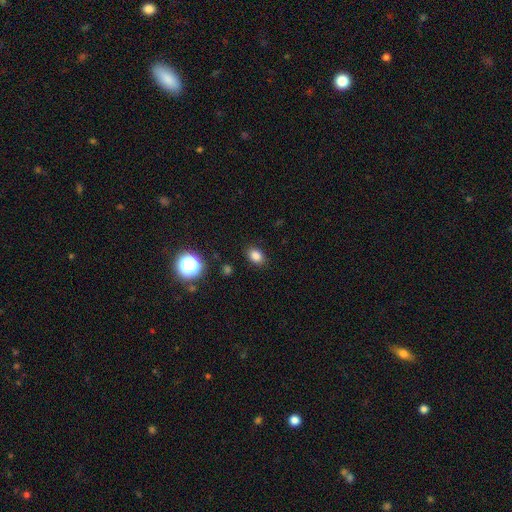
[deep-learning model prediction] Smooth or featured: smooth — 82% (star or artifact — 13%)
How rounded: in between — 66% (round — 33%)
Merging: none — 87% (minor disturbance — 9%)